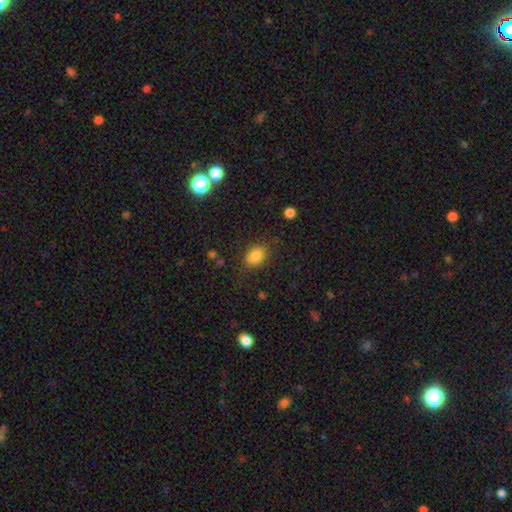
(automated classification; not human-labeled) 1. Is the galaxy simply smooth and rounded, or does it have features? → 81% smooth, 11% star or artifact, 8% featured or disk.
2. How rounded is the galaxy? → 66% in between, 32% round, 1% cigar-shaped.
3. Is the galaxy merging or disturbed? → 72% none, 19% minor disturbance, 6% major disturbance, 3% merger.